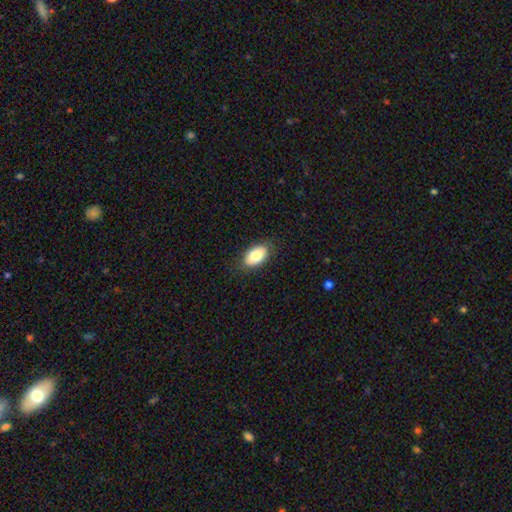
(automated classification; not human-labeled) smooth_or_featured: smooth (p=0.79) [alt: featured or disk p=0.14]
how_rounded: in between (p=0.92) [alt: round p=0.06]
merging: none (p=0.85) [alt: minor disturbance p=0.12]